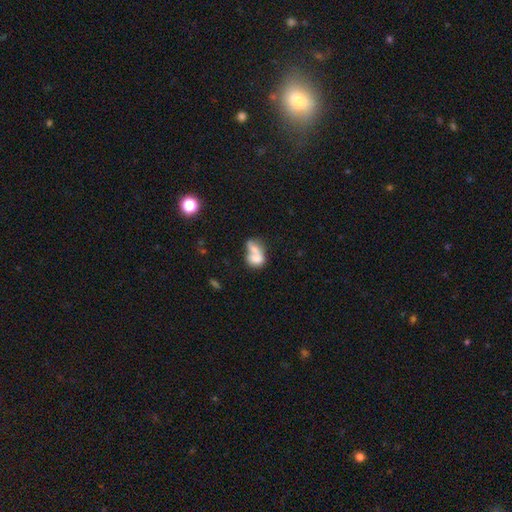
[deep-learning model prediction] Smooth or featured? Predicted: smooth (p=0.68). How rounded? Predicted: in between (p=0.68). Merging? Predicted: merger (p=0.66).